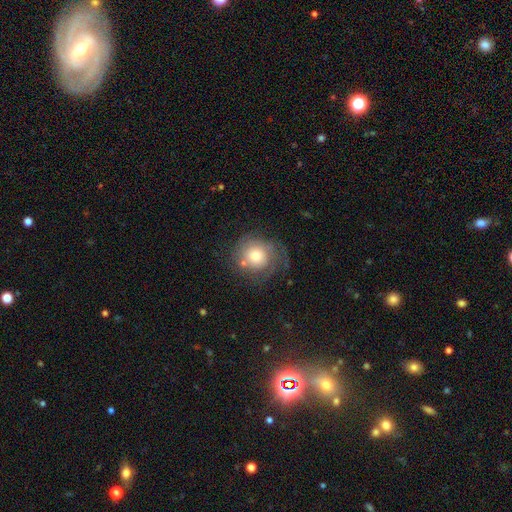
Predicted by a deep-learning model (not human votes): Smooth or featured? featured or disk (50%)
Edge-on disk? no (97%)
Merging? none (58%)